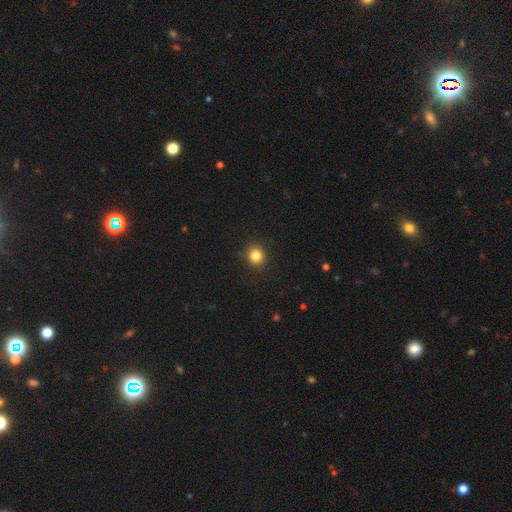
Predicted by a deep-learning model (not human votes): Smooth or featured? smooth (84%)
How rounded? round (88%)
Merging? none (91%)